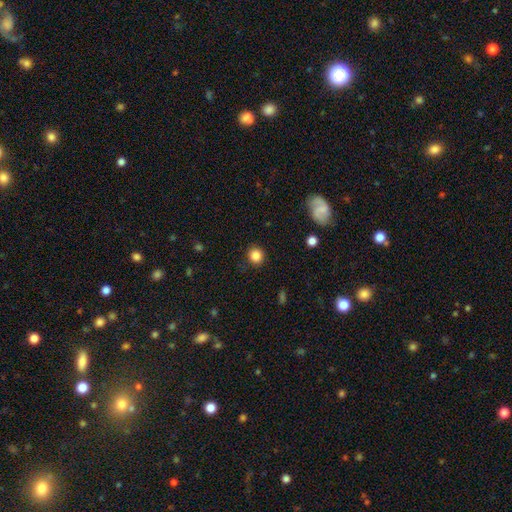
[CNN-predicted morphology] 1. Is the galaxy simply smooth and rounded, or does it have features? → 85% smooth, 11% star or artifact, 4% featured or disk.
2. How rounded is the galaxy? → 90% round, 9% in between, 1% cigar-shaped.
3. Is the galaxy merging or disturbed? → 89% none, 7% minor disturbance, 3% major disturbance, 1% merger.